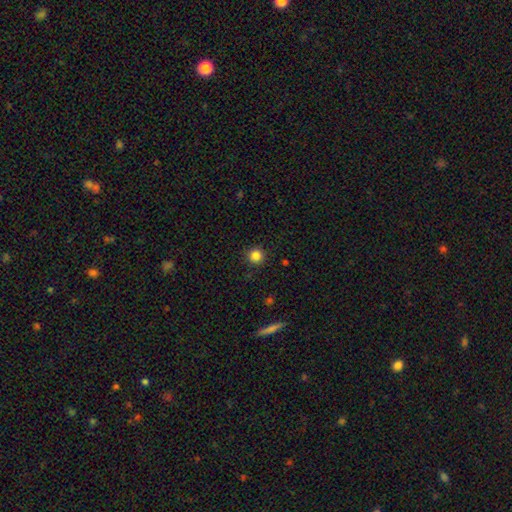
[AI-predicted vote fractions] This appears to be a smooth galaxy with no disk features (85%) that is round (95%). Merging: none (91%).